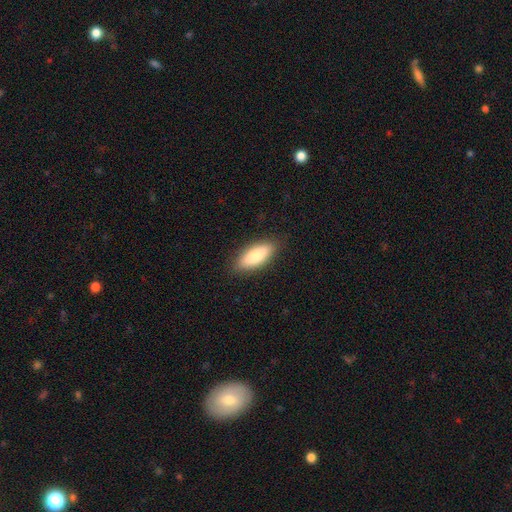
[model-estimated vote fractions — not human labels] This appears to be a smooth galaxy with no disk features (82%) that is in between round and cigar-shaped (74%). Merging: none (87%).